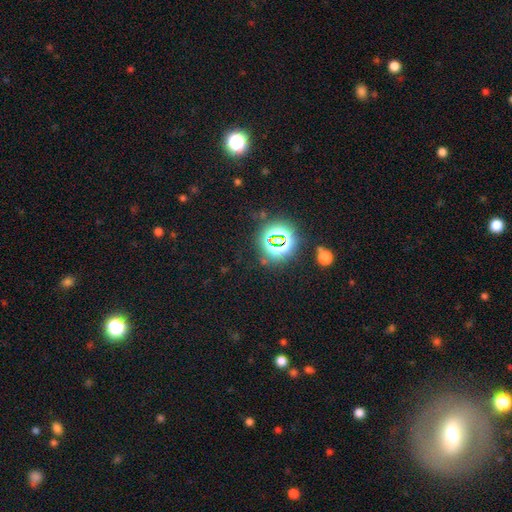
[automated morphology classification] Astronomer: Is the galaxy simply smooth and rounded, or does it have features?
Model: star or artifact — 73%.